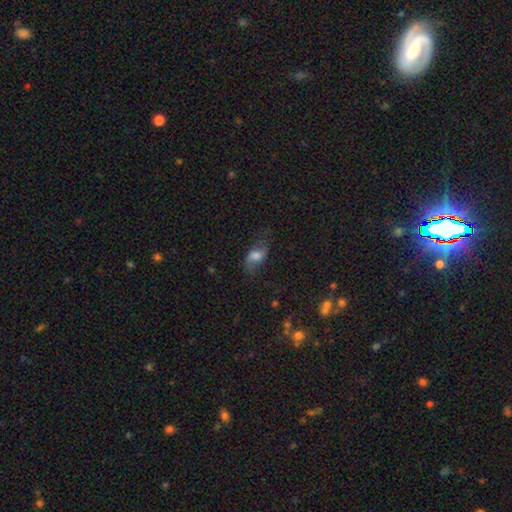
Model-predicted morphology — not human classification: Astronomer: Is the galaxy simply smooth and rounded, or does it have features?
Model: smooth — 57% (runner-up: featured or disk, 33%).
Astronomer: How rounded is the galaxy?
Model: in between — 85%.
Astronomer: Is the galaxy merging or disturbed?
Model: none — 56%.